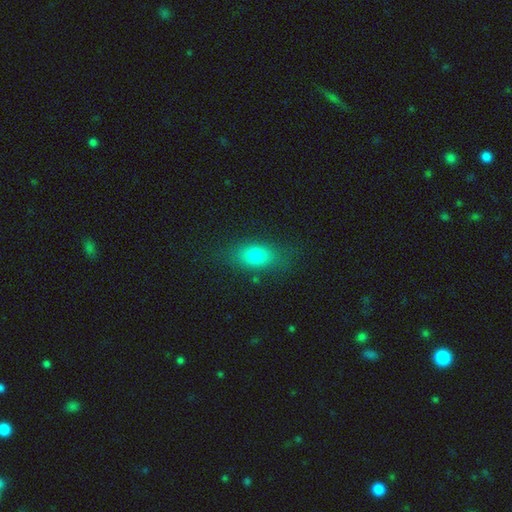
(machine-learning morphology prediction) Smooth or featured? Predicted: smooth (p=0.77). How rounded? Predicted: in between (p=0.78). Merging? Predicted: none (p=0.78).